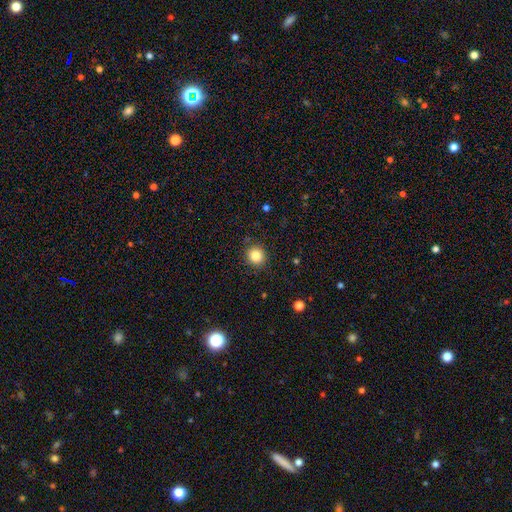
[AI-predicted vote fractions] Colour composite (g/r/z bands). It shows a smooth galaxy with no disk features (83%) that is round (91%). Merging: none (90%).